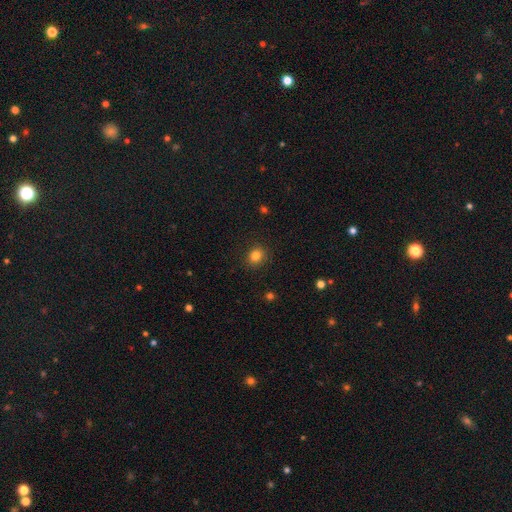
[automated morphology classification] Smooth or featured? smooth (83%)
How rounded? round (70%)
Merging? none (89%)